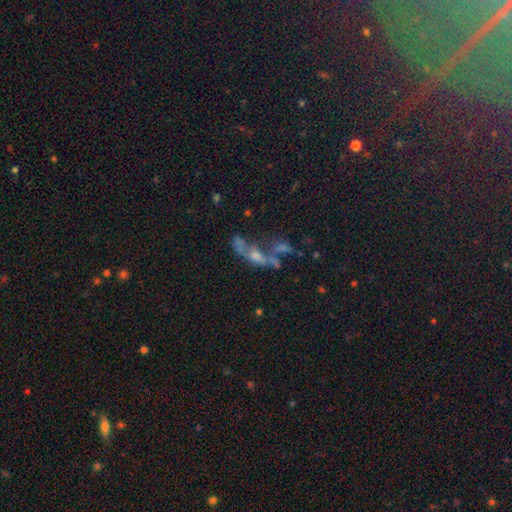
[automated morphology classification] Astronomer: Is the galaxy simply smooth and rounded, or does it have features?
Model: featured or disk — 47% (runner-up: smooth, 32%).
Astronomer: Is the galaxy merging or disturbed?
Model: merger — 43% (runner-up: none, 24%).